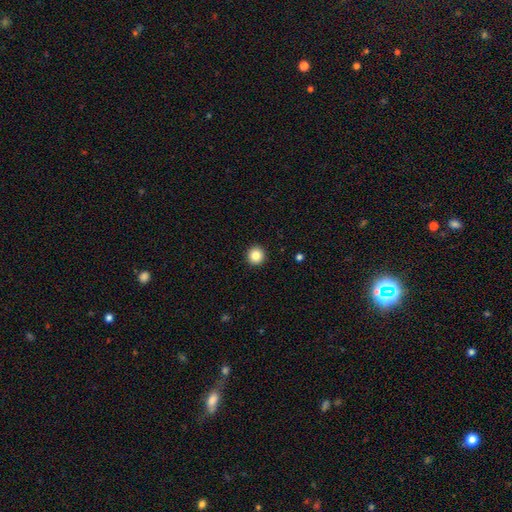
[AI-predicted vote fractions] Smooth or featured? Predicted: smooth (p=0.85). How rounded? Predicted: round (p=0.95). Merging? Predicted: none (p=0.94).